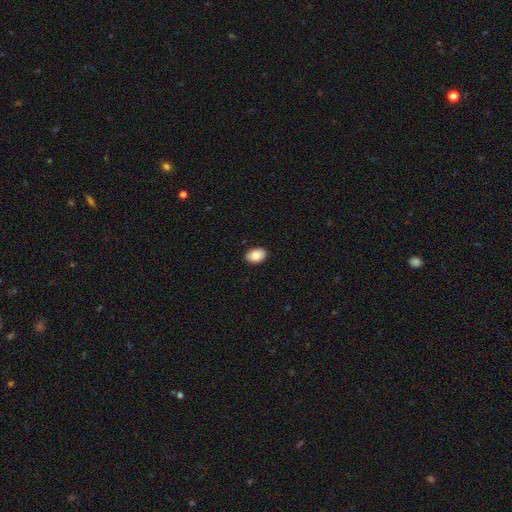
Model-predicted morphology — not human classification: This is clearly a smooth galaxy (82%). How rounded: clearly in between (83%). Merging: clearly none (90%).